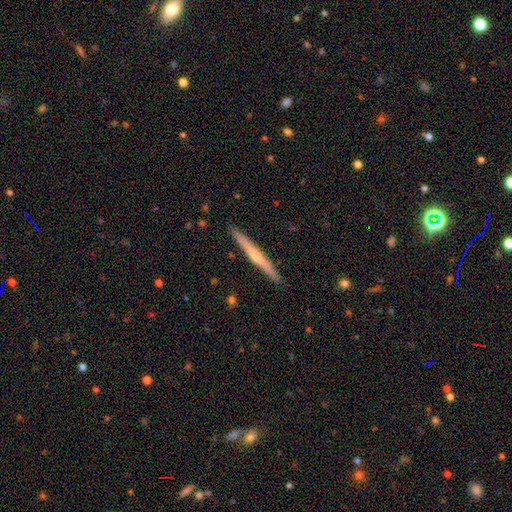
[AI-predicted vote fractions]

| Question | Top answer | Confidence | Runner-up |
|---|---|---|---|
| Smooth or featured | featured or disk | 59% | smooth (36%) |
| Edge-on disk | yes | 97% | no (3%) |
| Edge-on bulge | rounded | 56% | none (39%) |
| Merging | none | 91% | minor disturbance (6%) |